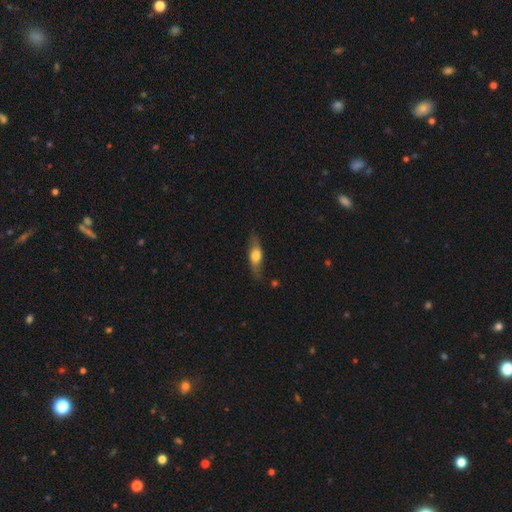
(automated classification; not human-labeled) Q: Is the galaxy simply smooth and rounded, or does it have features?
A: smooth — 56%.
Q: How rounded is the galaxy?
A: in between — 53%.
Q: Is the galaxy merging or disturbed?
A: none — 76%.